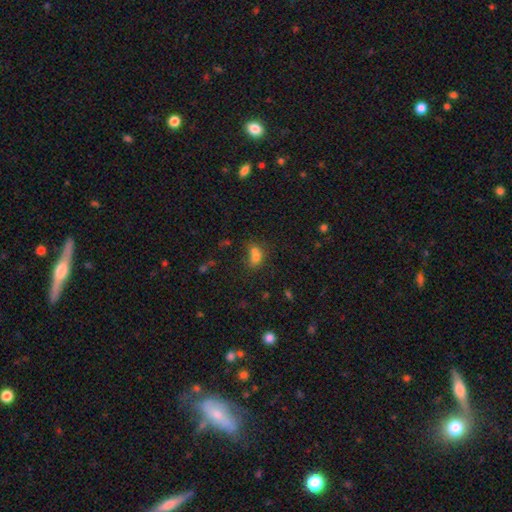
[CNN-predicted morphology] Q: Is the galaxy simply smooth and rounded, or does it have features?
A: smooth — 69%.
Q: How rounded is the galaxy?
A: in between — 58%.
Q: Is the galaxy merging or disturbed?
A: merger — 57%.